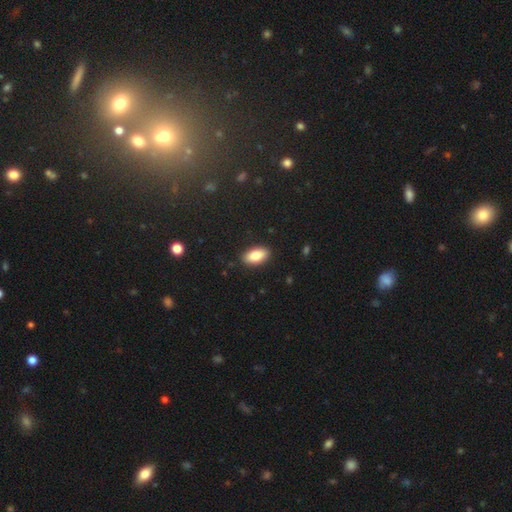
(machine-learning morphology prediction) A smooth galaxy with no disk features (83%) that is in between round and cigar-shaped (92%). Merging: none (89%).